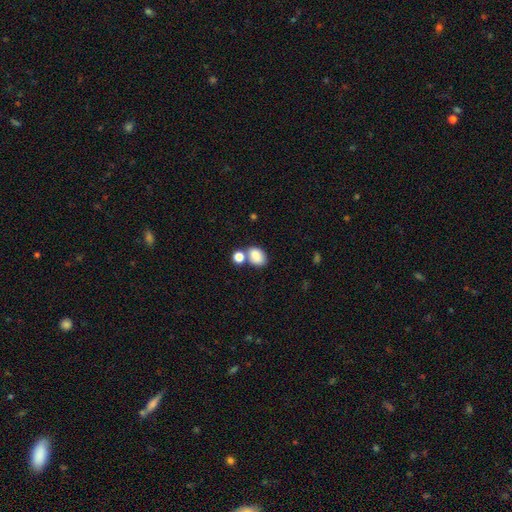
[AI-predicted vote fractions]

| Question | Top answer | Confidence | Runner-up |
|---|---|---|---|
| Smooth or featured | smooth | 85% | star or artifact (9%) |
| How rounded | in between | 76% | round (23%) |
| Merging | none | 50% | merger (33%) |